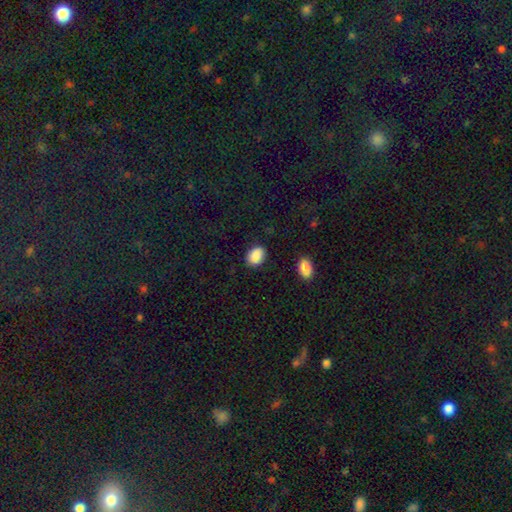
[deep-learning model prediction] The model was most divided on "how rounded": in between: 75%, round: 24%, cigar-shaped: 1%. More confident: smooth or featured — smooth (89%); merging — none (84%).